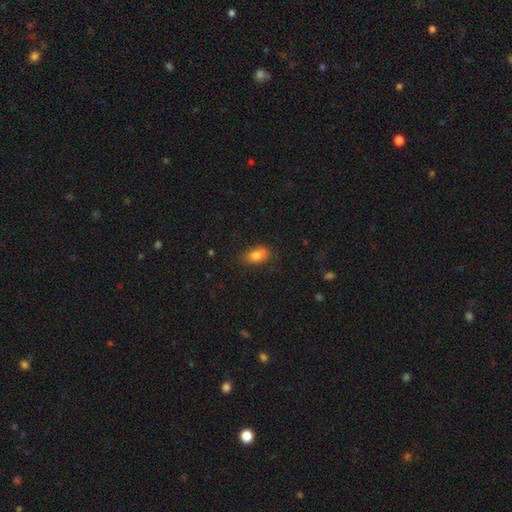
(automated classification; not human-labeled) smooth-or-featured: smooth: 82% | featured or disk: 9% | star or artifact: 9%
  how-rounded: in between: 88% | round: 8% | cigar-shaped: 4%
  merging: none: 77% | minor disturbance: 18% | major disturbance: 4% | merger: 2%